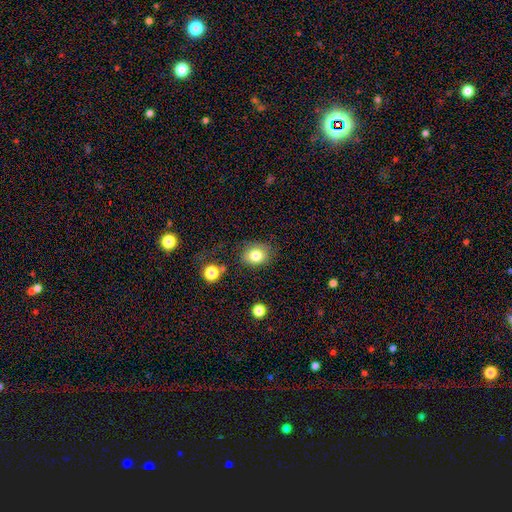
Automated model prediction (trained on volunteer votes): Smooth or featured?
  - smooth: 81% *
  - star or artifact: 10%
  - featured or disk: 9%
How rounded?
  - round: 54% *
  - in between: 45%
  - cigar-shaped: 1%
Merging?
  - none: 78% *
  - minor disturbance: 14%
  - major disturbance: 5%
  - merger: 3%